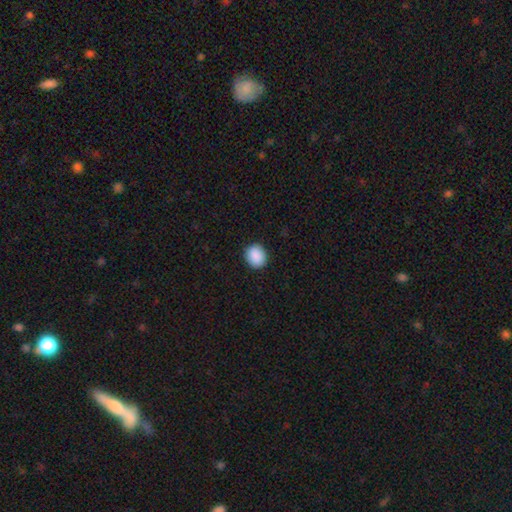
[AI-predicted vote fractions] Q: Smooth or featured?
A: smooth (90%); runner-up: star or artifact (8%)
Q: How rounded?
A: round (71%); runner-up: in between (28%)
Q: Merging?
A: none (90%); runner-up: minor disturbance (7%)